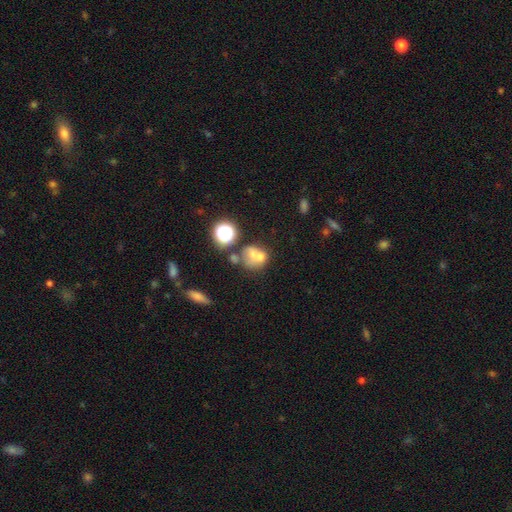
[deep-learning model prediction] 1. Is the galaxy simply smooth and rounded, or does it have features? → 56% smooth, 25% featured or disk, 19% star or artifact.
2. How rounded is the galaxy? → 67% round, 32% in between, 1% cigar-shaped.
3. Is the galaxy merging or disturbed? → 44% merger, 32% none, 13% minor disturbance, 11% major disturbance.